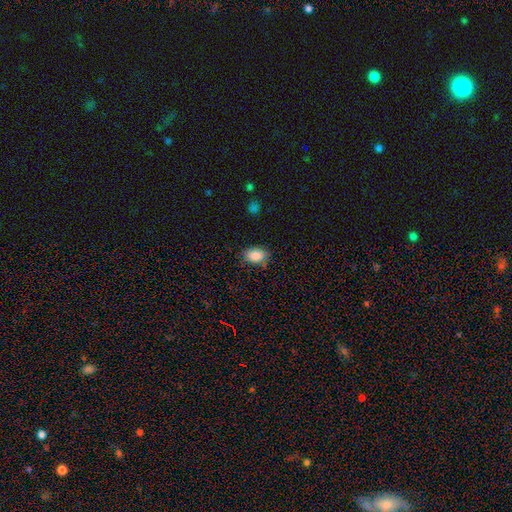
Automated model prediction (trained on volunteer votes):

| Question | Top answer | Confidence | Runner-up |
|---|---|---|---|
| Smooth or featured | smooth | 87% | star or artifact (8%) |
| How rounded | in between | 83% | round (16%) |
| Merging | none | 78% | minor disturbance (16%) |